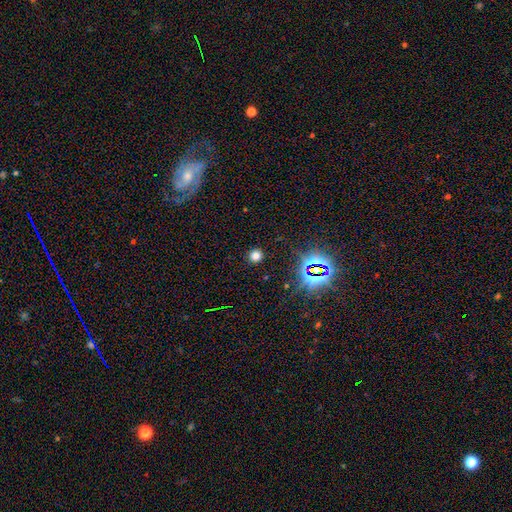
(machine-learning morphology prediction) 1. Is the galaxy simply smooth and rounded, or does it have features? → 70% smooth, 24% star or artifact, 6% featured or disk.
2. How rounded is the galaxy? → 91% round, 8% in between, 1% cigar-shaped.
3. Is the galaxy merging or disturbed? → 90% none, 6% minor disturbance, 3% major disturbance, 1% merger.